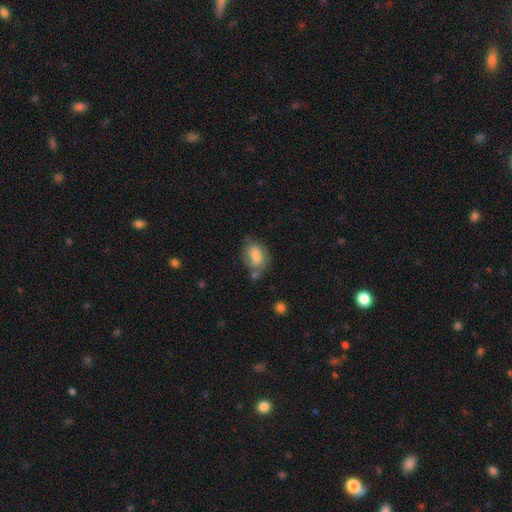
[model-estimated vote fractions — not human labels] Smooth or featured? smooth (75%)
How rounded? in between (77%)
Merging? none (56%)